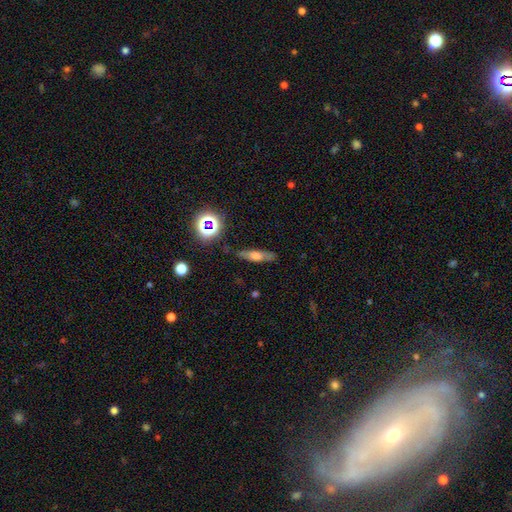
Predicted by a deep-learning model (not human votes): This appears to be a smooth galaxy with no disk features (51%) that is cigar-shaped (65%). Merging: none (80%).